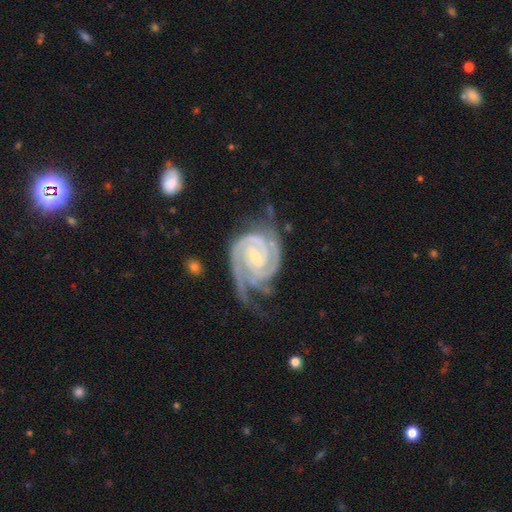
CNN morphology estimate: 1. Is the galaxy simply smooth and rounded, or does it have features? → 94% featured or disk, 4% star or artifact, 3% smooth.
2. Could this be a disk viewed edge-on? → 98% no, 2% yes.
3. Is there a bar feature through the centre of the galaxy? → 46% weak, 29% no, 25% strong.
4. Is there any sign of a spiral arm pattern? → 99% yes, 1% no.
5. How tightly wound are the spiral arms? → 72% tight, 25% medium, 3% loose.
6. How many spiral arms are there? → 53% 2, 27% 3, 7% can't tell, 6% 4, 4% 1, 4% more than 4.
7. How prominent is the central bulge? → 61% small, 35% moderate, 2% none, 1% large, 1% dominant.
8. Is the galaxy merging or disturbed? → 57% none, 25% minor disturbance, 16% major disturbance, 3% merger.